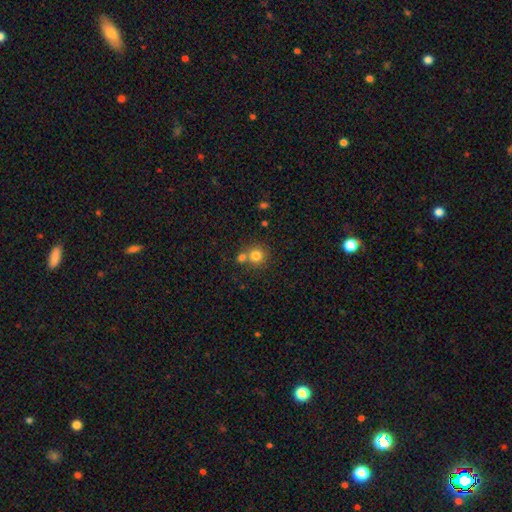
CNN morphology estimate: Smooth or featured? smooth (79%)
How rounded? round (90%)
Merging? none (56%)